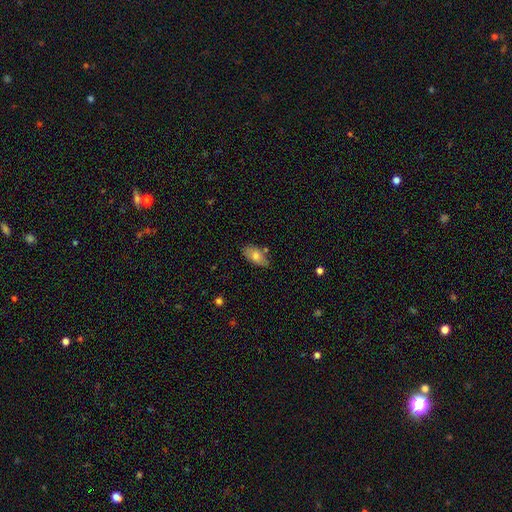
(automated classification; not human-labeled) Smooth or featured: smooth — 69% (featured or disk — 24%)
How rounded: in between — 92% (round — 4%)
Merging: none — 73% (minor disturbance — 19%)